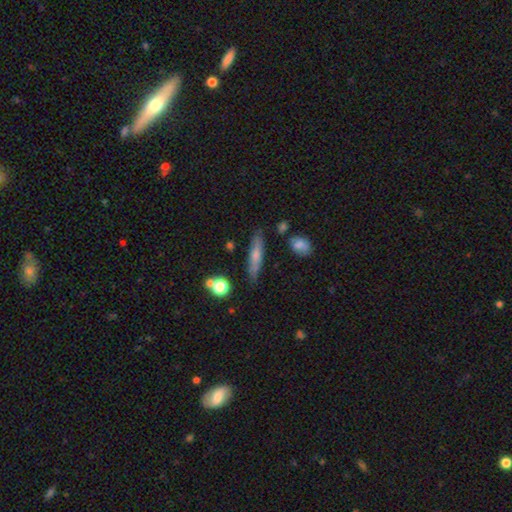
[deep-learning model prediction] Overall: smooth (63%; featured or disk 29%). How rounded: cigar-shaped (77%). Merging: none (77%).